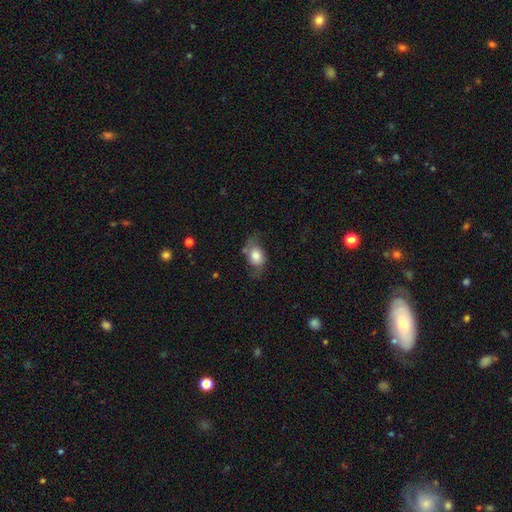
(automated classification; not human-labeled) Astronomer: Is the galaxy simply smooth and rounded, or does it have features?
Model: smooth — 61%.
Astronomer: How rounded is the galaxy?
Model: in between — 67%.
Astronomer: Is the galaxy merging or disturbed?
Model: none — 54%.